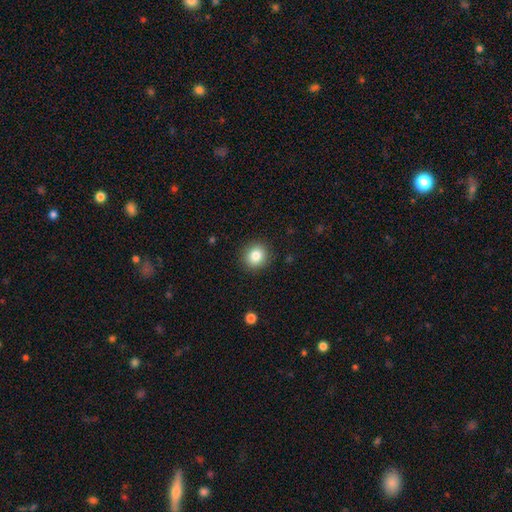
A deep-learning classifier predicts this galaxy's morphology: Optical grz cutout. It shows a smooth galaxy with no disk features (83%) that is round (89%). Merging: none (90%).